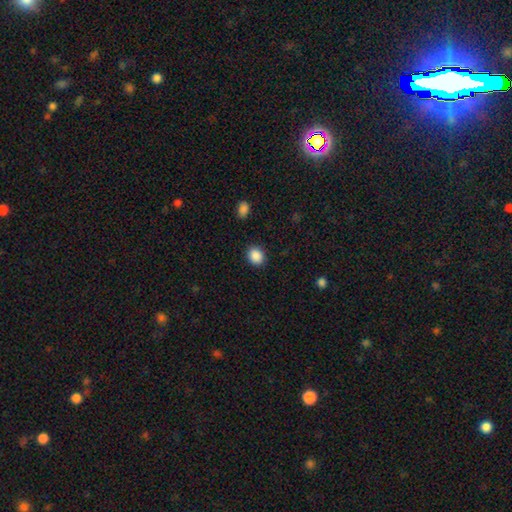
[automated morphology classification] Smooth or featured? Predicted: smooth (p=0.89). How rounded? Predicted: round (p=0.63). Merging? Predicted: none (p=0.87).